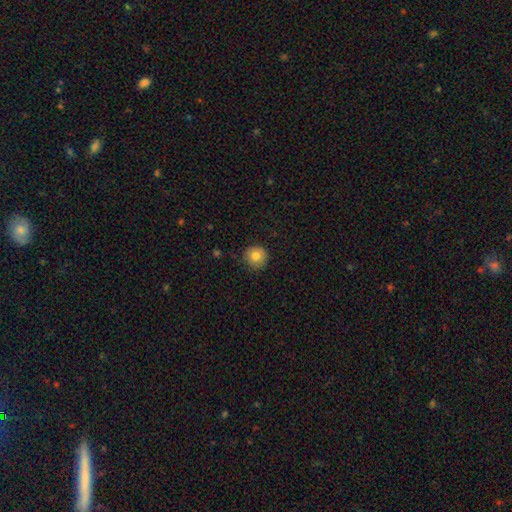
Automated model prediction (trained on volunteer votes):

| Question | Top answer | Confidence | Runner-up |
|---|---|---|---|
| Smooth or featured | smooth | 81% | featured or disk (10%) |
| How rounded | round | 95% | in between (4%) |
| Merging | none | 87% | minor disturbance (10%) |